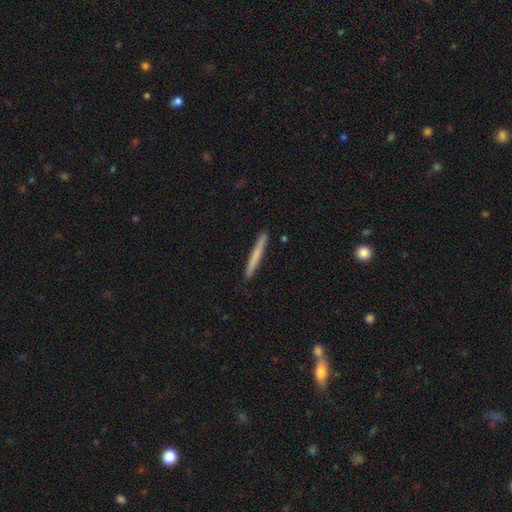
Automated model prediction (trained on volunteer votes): Smooth or featured? smooth (66%)
How rounded? cigar-shaped (97%)
Merging? none (90%)